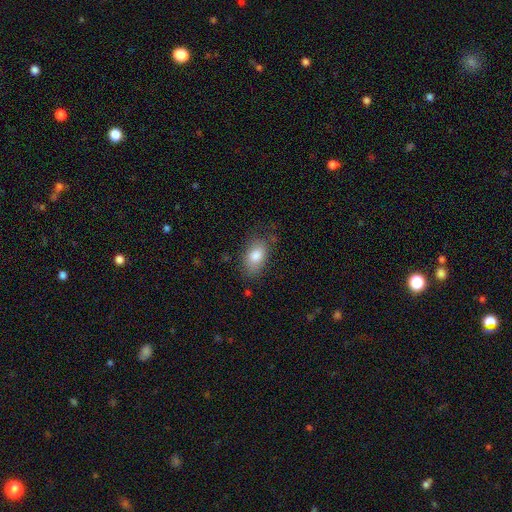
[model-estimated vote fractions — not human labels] Smooth or featured? Predicted: smooth (p=0.82). How rounded? Predicted: in between (p=0.90). Merging? Predicted: none (p=0.71).